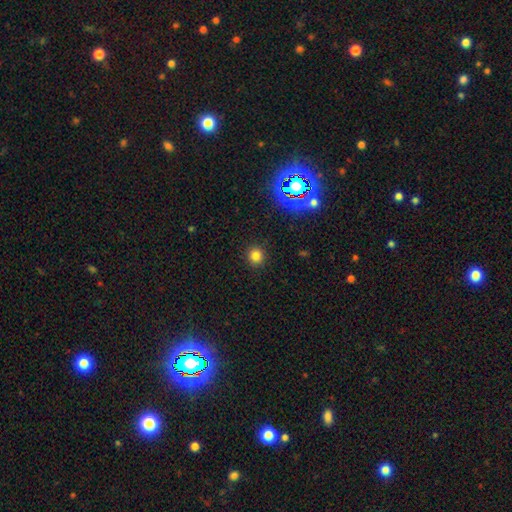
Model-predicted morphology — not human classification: Overall: smooth (79%). How rounded: round (91%). Merging: none (91%).